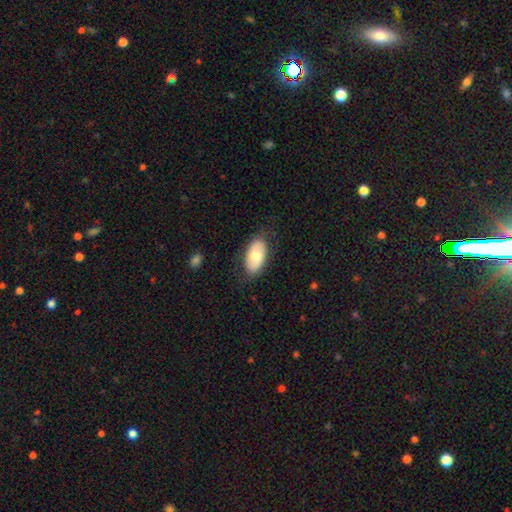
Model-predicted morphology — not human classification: Smooth or featured? smooth (67%)
How rounded? in between (94%)
Merging? none (80%)